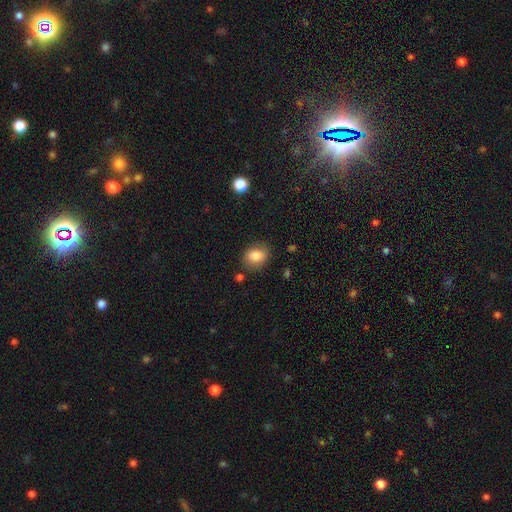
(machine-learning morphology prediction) Q: Smooth or featured?
A: smooth (83%); runner-up: star or artifact (9%)
Q: How rounded?
A: in between (63%); runner-up: round (36%)
Q: Merging?
A: none (78%); runner-up: minor disturbance (15%)